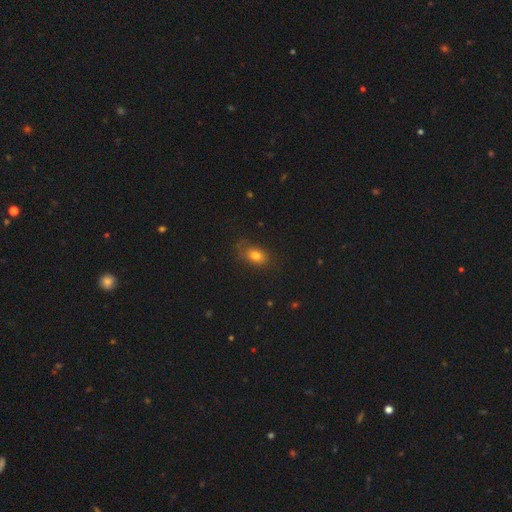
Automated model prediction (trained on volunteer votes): Smooth or featured? smooth (79%)
How rounded? in between (78%)
Merging? none (66%)